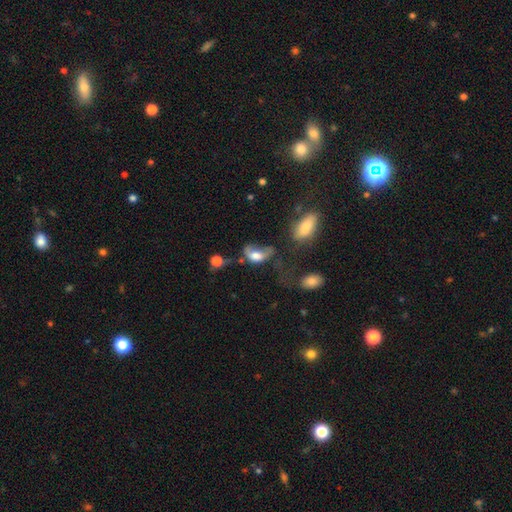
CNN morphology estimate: Overall: smooth (58%; featured or disk 32%). How rounded: in between (84%). Merging: major disturbance (50%; merger 18%).